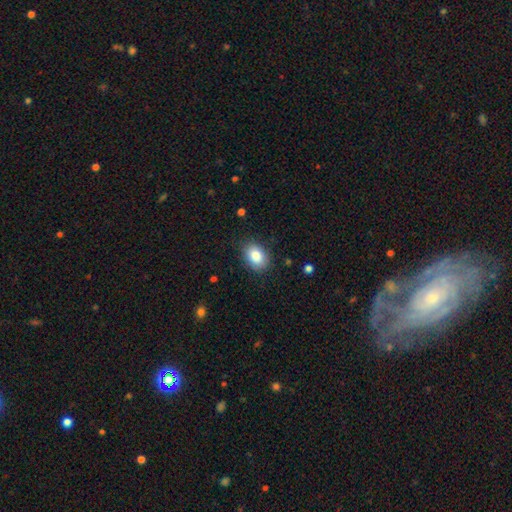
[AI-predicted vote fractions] Smooth or featured? smooth (85%)
How rounded? in between (76%)
Merging? none (84%)